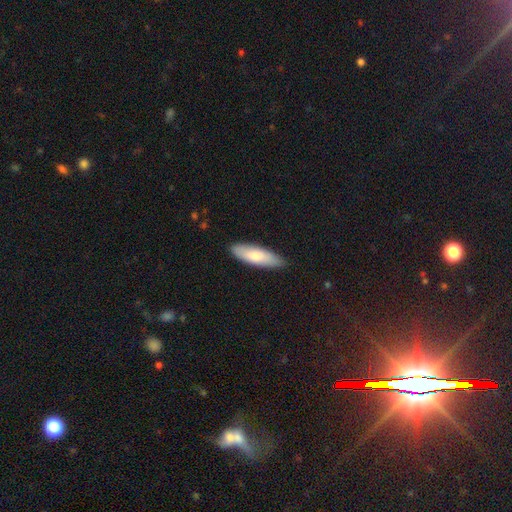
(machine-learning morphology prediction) Overall: smooth (77%). How rounded: in between (52%; cigar-shaped 46%). Merging: none (85%).